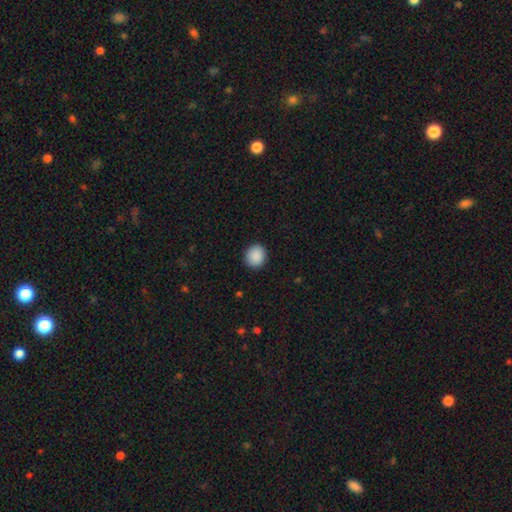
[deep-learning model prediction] Morphology: type=smooth (90%); roundness=round (80%); merging=none (91%).